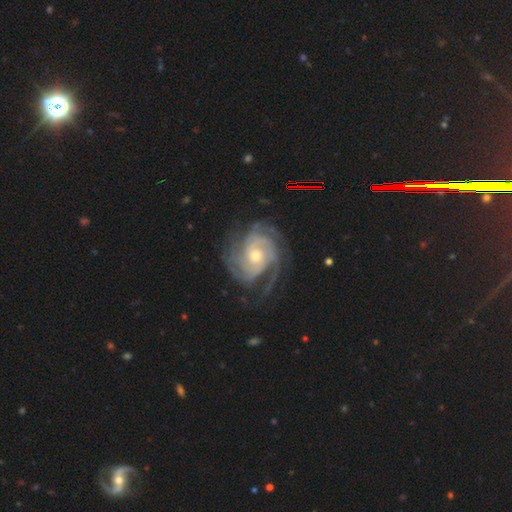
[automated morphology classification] This is clearly a featured or disk galaxy (91%). It is clearly not viewed edge-on (98%). Bar: likely no (65%). Spiral arm pattern: clearly yes (98%). Spiral arm count: marginally 3 (31%). Spiral winding: likely tight (60%). Central bulge: possibly moderate (53%). Merging: likely none (70%).